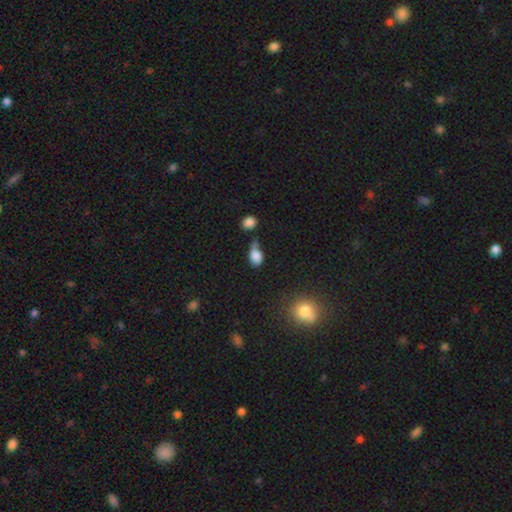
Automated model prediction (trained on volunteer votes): This is likely a smooth galaxy (77%). How rounded: likely in between (76%). Merging: marginally minor disturbance (28%, tied with none).